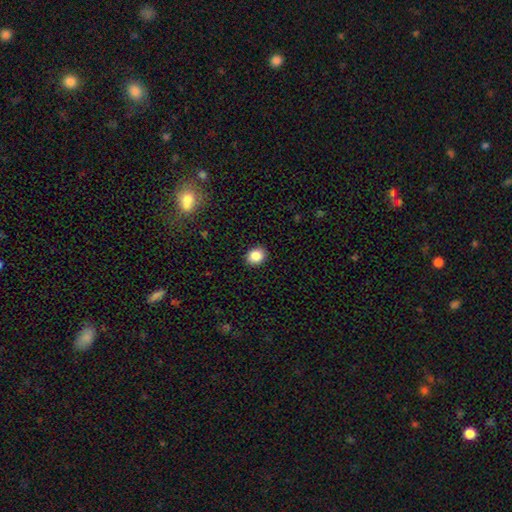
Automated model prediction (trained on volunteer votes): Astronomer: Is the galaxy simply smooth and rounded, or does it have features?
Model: smooth — 86%.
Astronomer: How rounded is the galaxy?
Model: round — 59% (runner-up: in between, 40%).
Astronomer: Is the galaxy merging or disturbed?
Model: none — 91%.